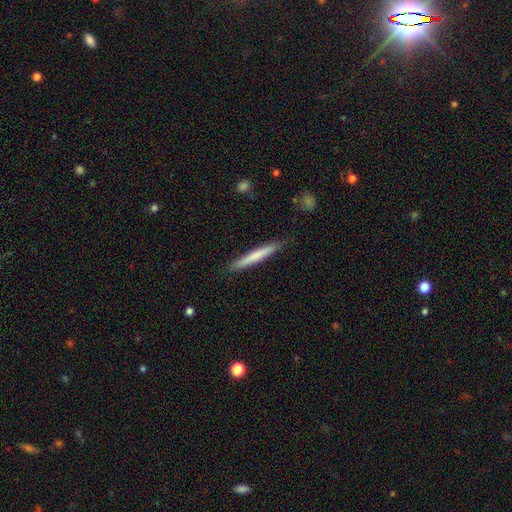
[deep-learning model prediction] Q: Smooth or featured?
A: smooth (68%); runner-up: featured or disk (26%)
Q: How rounded?
A: cigar-shaped (96%); runner-up: in between (3%)
Q: Merging?
A: none (87%); runner-up: minor disturbance (10%)